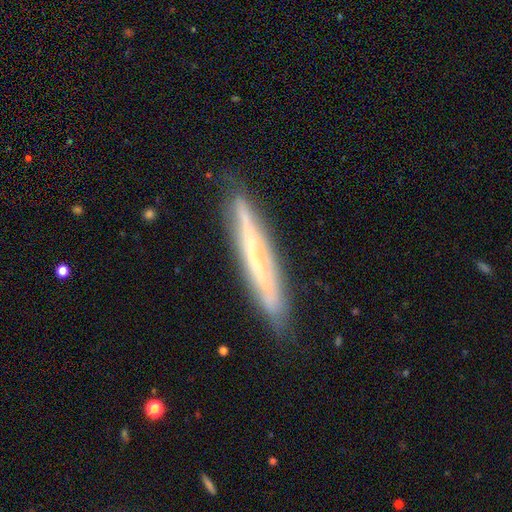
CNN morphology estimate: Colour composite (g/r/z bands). It shows a featured or disk galaxy (60%) viewed edge-on (89%) with no central bulge (84%). Merging: none (82%).